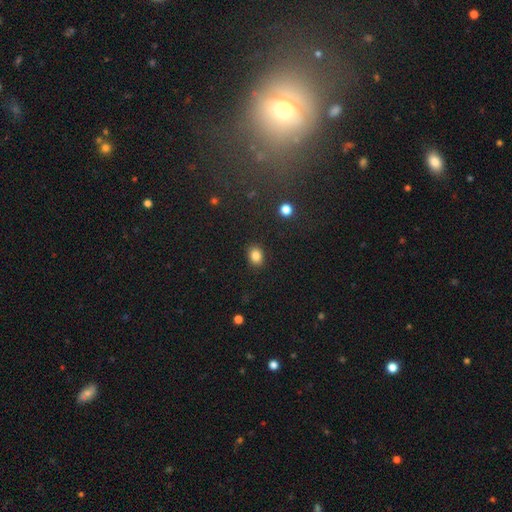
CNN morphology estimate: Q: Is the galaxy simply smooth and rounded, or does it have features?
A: smooth — 85%.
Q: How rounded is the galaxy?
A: in between — 55%.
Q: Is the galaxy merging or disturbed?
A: none — 89%.